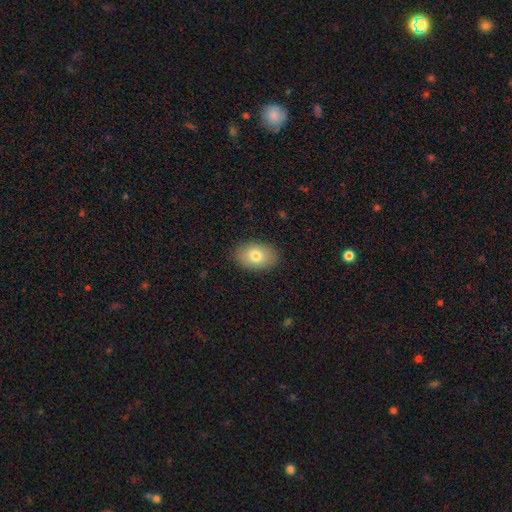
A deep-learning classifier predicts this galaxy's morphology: A smooth galaxy with no disk features (78%) that is in between round and cigar-shaped (84%).

Vote fractions:
- Smooth or featured? smooth: 78% / featured or disk: 14% / star or artifact: 8%
- How rounded? in between: 84% / round: 15% / cigar-shaped: 1%
- Merging? none: 88% / minor disturbance: 9% / major disturbance: 2% / merger: 1%